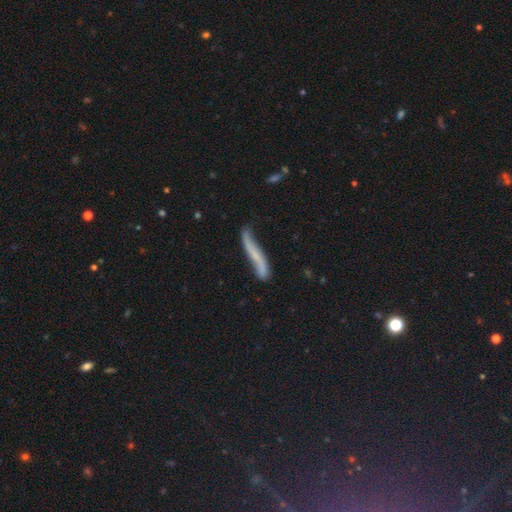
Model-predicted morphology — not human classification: This appears to be a featured or disk galaxy (54%). Merging: none (59%).